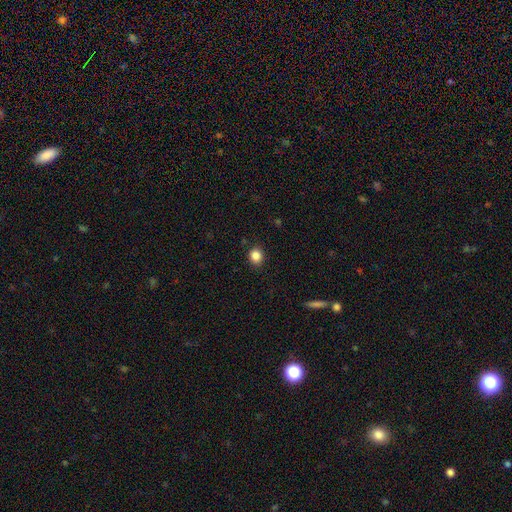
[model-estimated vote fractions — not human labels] smooth-or-featured: smooth: 86% | star or artifact: 11% | featured or disk: 4%
  how-rounded: round: 74% | in between: 26% | cigar-shaped: 1%
  merging: none: 89% | minor disturbance: 8% | major disturbance: 2% | merger: 1%